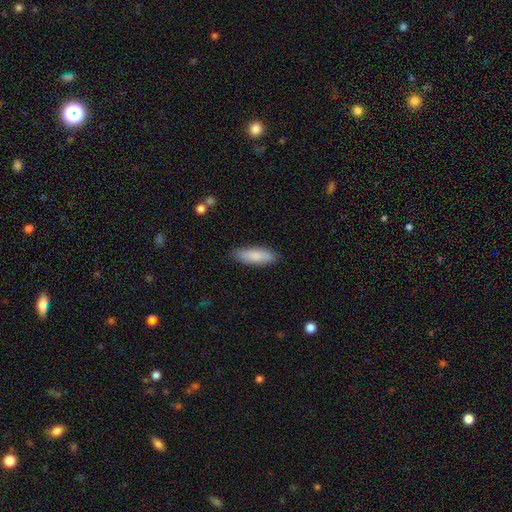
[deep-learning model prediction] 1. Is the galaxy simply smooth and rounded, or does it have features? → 84% smooth, 11% featured or disk, 6% star or artifact.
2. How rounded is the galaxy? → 54% in between, 44% cigar-shaped, 2% round.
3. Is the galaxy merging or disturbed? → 84% none, 12% minor disturbance, 2% major disturbance, 1% merger.